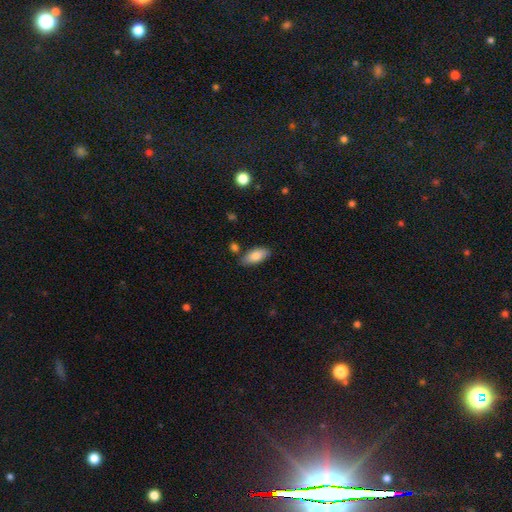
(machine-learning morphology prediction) Overall: smooth (81%). How rounded: in between (87%). Merging: none (79%).